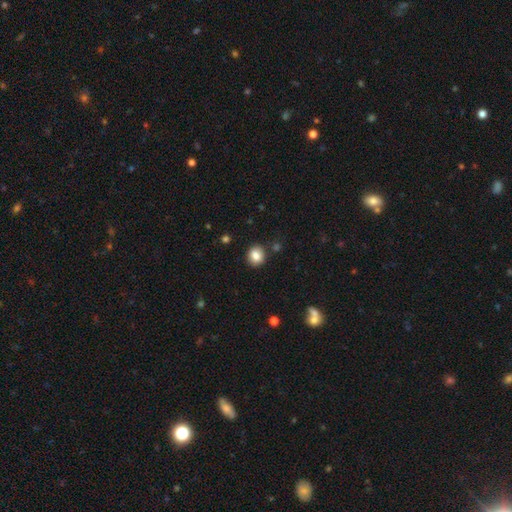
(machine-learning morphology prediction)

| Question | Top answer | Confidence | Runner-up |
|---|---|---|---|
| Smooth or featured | smooth | 85% | star or artifact (10%) |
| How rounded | round | 76% | in between (23%) |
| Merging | none | 86% | minor disturbance (9%) |